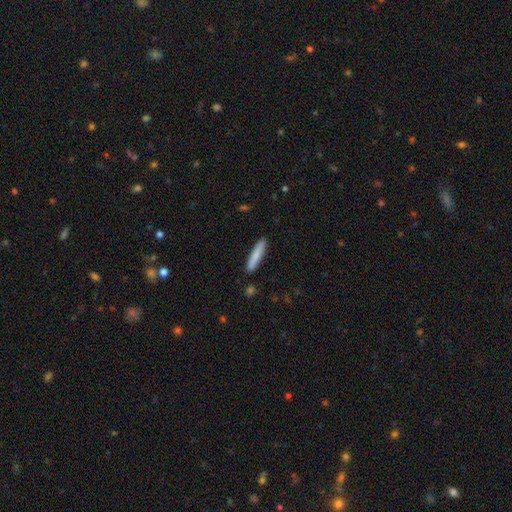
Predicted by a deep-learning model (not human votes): smooth_or_featured: smooth (p=0.80) [alt: featured or disk p=0.15]
how_rounded: cigar-shaped (p=0.91) [alt: in between p=0.08]
merging: none (p=0.89) [alt: minor disturbance p=0.08]